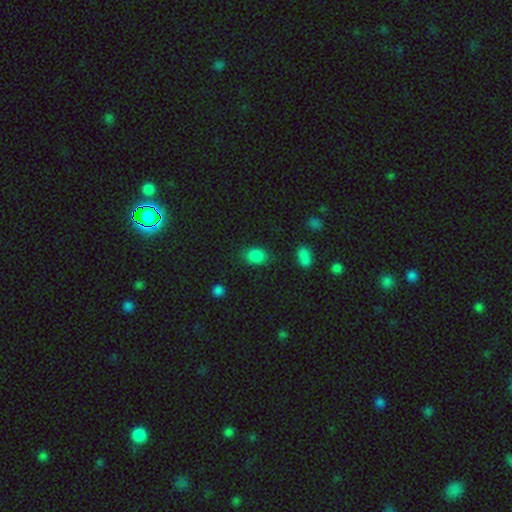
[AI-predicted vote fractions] smooth-or-featured: smooth: 83% | star or artifact: 12% | featured or disk: 4%
  how-rounded: in between: 69% | round: 30% | cigar-shaped: 1%
  merging: none: 79% | minor disturbance: 14% | major disturbance: 4% | merger: 3%